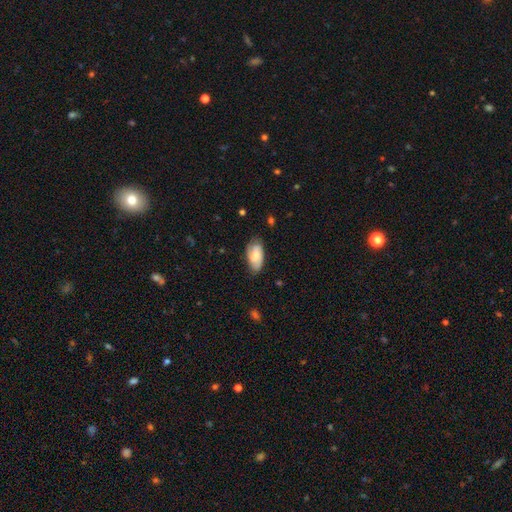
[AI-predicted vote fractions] Q: Smooth or featured?
A: smooth (64%); runner-up: featured or disk (30%)
Q: How rounded?
A: in between (92%); runner-up: cigar-shaped (5%)
Q: Merging?
A: none (68%); runner-up: minor disturbance (25%)